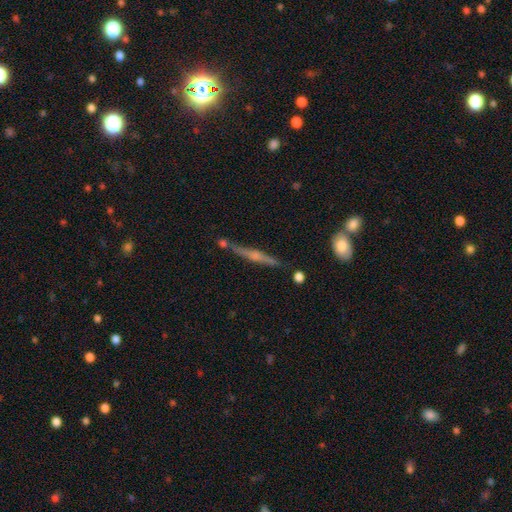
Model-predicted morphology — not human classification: type=featured or disk (70%); edge-on=yes (96%); edge-on bulge=rounded (67%); merging=none (78%).